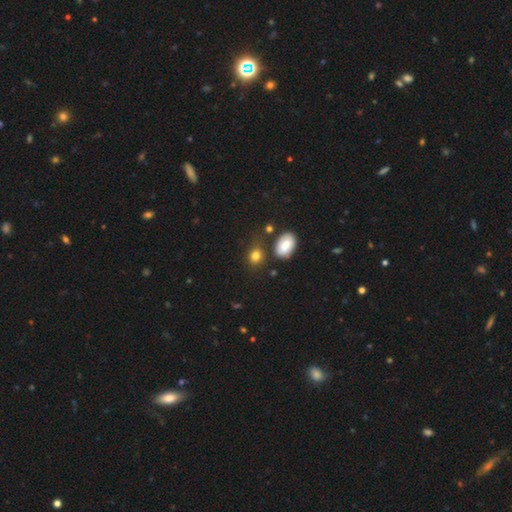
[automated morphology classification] smooth 82%, star or artifact 11%, featured or disk 8%. Down the decision tree: how rounded — round (51%); merging — none (68%).